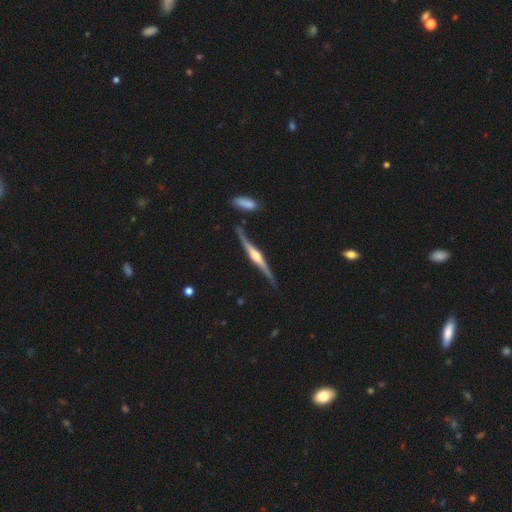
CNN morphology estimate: Smooth or featured? Predicted: featured or disk (p=0.81). Edge-on disk? Predicted: yes (p=0.95). Edge-on bulge? Predicted: rounded (p=0.88). Merging? Predicted: none (p=0.73).